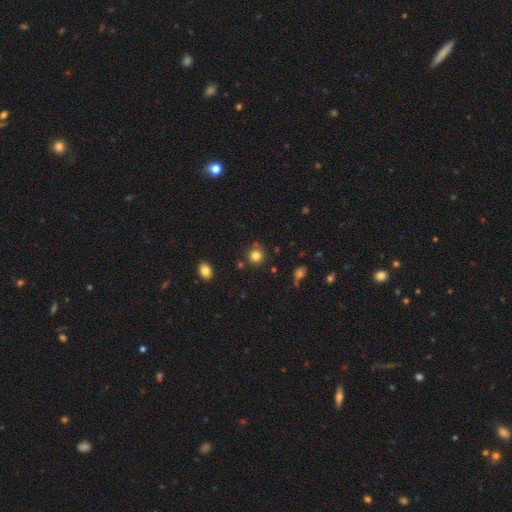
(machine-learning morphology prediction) Smooth or featured?
  - smooth: 82% *
  - star or artifact: 12%
  - featured or disk: 6%
How rounded?
  - round: 88% *
  - in between: 11%
  - cigar-shaped: 1%
Merging?
  - none: 78% *
  - minor disturbance: 14%
  - merger: 5%
  - major disturbance: 4%